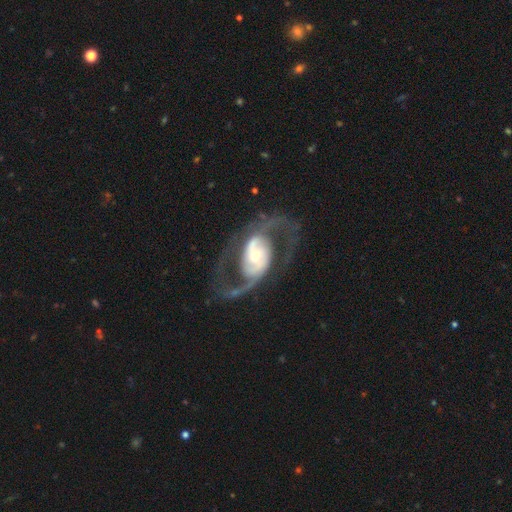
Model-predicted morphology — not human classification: Smooth or featured? featured or disk (89%)
Edge-on disk? no (96%)
Bar? no (42%)
Spiral arms? yes (92%)
Spiral winding? medium (51%)
Spiral arm count? 2 (92%)
Bulge size? moderate (59%)
Merging? none (71%)